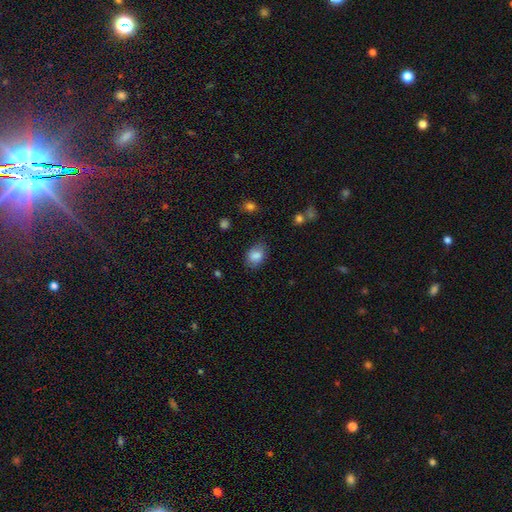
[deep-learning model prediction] The model was most divided on "how rounded": in between: 74%, round: 25%, cigar-shaped: 1%. More confident: smooth or featured — smooth (85%); merging — none (77%).